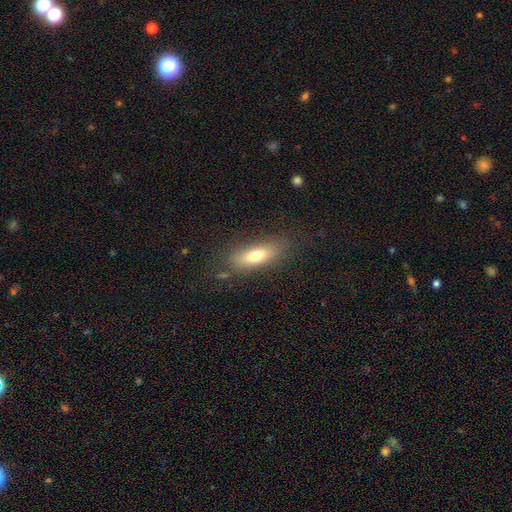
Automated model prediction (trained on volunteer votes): This is likely a smooth galaxy (72%). How rounded: possibly in between (55%). Merging: likely none (78%).